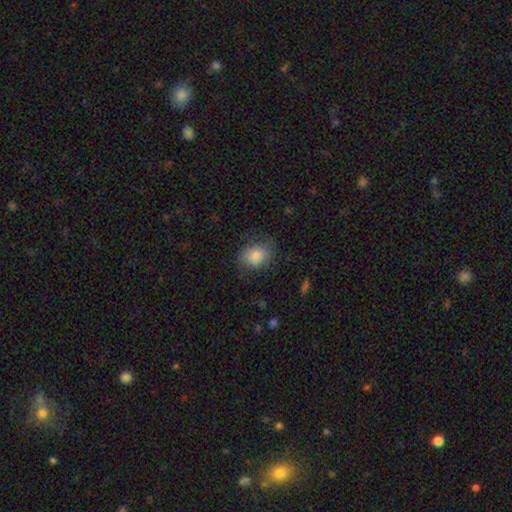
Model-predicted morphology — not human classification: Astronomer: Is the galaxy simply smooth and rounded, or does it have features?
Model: smooth — 78%.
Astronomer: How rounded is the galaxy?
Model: in between — 55% (runner-up: round, 44%).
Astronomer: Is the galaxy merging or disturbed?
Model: none — 68%.